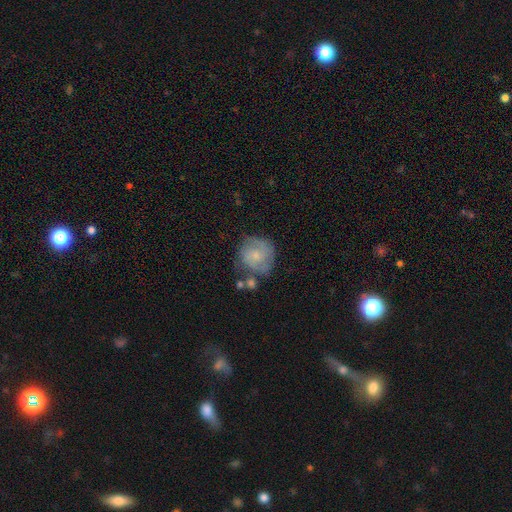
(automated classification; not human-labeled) This appears to be a featured or disk galaxy (52%) with no bar (74%), spiral arms (79%) and a small central bulge (59%). Merging: none (59%).